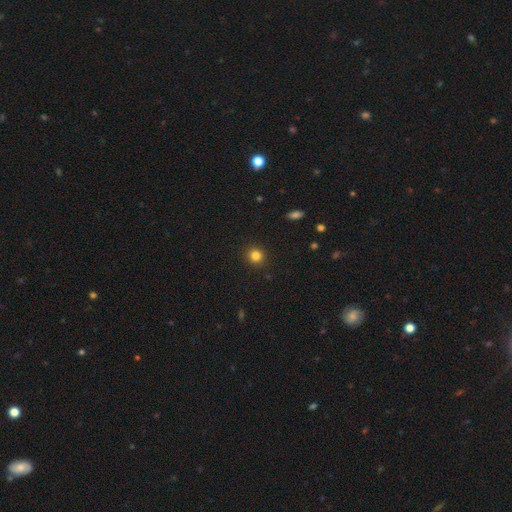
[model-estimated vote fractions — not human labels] This appears to be a smooth galaxy with no disk features (83%) that is round (91%). Merging: none (92%).